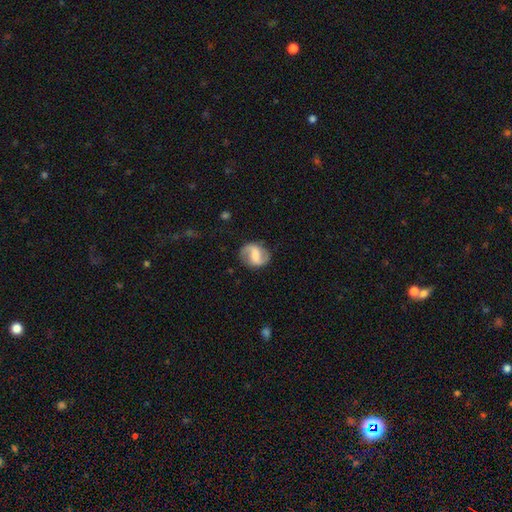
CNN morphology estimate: Overall: featured or disk (75%). Edge-on disk: no (98%). Bar: weak (43%; strong 37%). Spiral arms: yes (93%). Spiral arm count: 2 (91%). Spiral winding: loose (44%; medium 41%). Bulge size: none (36%; moderate 25%). Merging: none (80%).